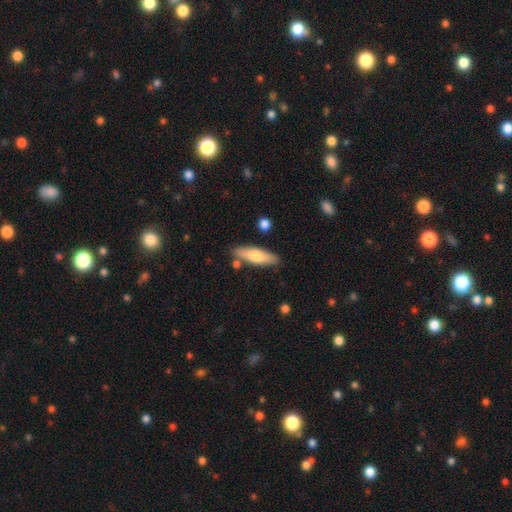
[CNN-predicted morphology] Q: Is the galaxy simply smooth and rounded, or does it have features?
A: smooth — 68%.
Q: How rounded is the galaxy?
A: cigar-shaped — 60%.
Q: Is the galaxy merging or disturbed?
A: none — 81%.